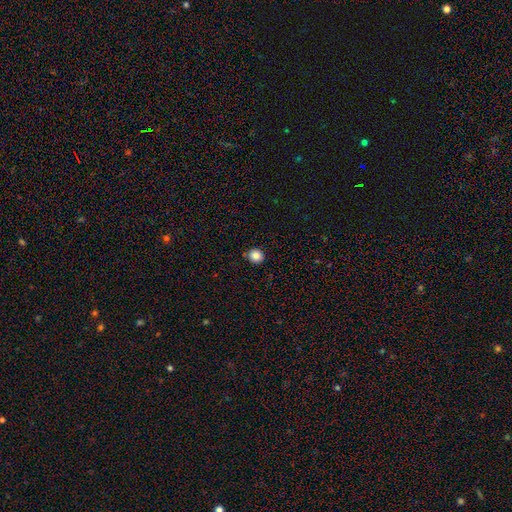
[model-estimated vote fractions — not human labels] Smooth or featured? smooth (85%)
How rounded? round (88%)
Merging? none (86%)